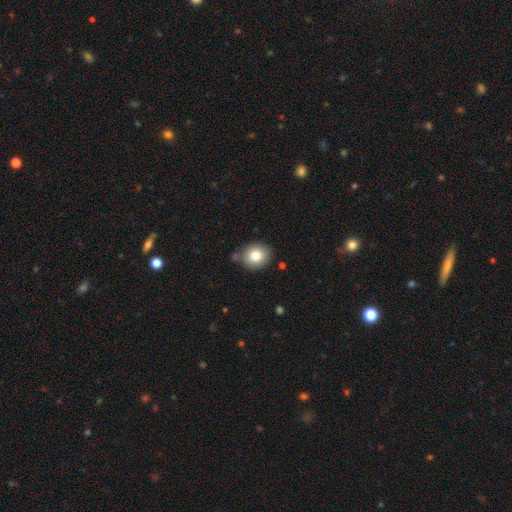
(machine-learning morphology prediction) type=smooth (80%); roundness=round (77%); merging=none (75%).